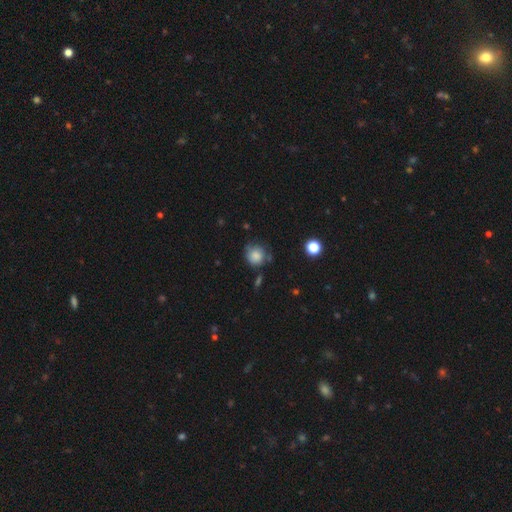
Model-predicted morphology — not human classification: A smooth galaxy with no disk features (79%) that is round (88%).

Vote fractions:
- Smooth or featured? smooth: 79% / featured or disk: 12% / star or artifact: 9%
- How rounded? round: 88% / in between: 11% / cigar-shaped: 1%
- Merging? none: 61% / minor disturbance: 25% / major disturbance: 9% / merger: 5%